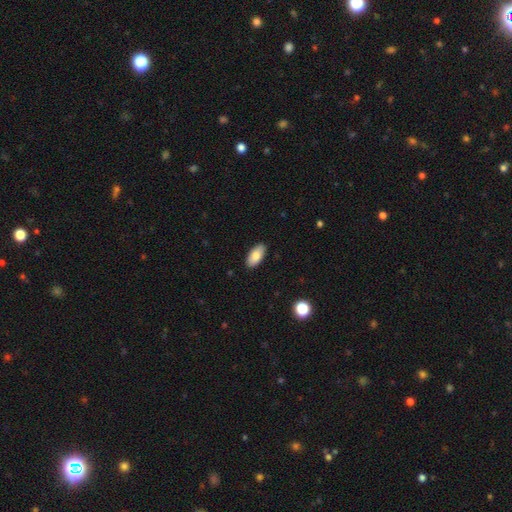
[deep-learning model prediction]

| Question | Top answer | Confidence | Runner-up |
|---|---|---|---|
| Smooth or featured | smooth | 82% | featured or disk (12%) |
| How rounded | in between | 93% | cigar-shaped (5%) |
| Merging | none | 89% | minor disturbance (9%) |